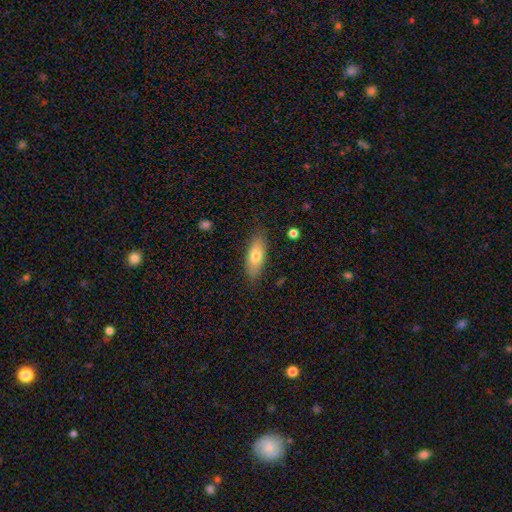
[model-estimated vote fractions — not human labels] smooth-or-featured: smooth: 71% | featured or disk: 22% | star or artifact: 7%
  how-rounded: in between: 74% | cigar-shaped: 23% | round: 3%
  merging: none: 82% | minor disturbance: 14% | major disturbance: 3% | merger: 1%